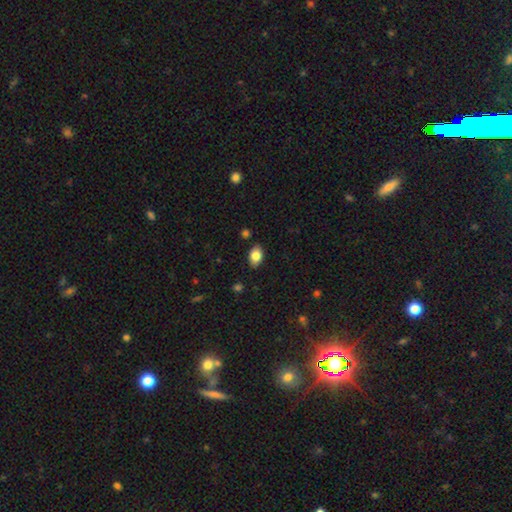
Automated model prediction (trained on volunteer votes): Smooth or featured? smooth (83%)
How rounded? in between (88%)
Merging? none (85%)